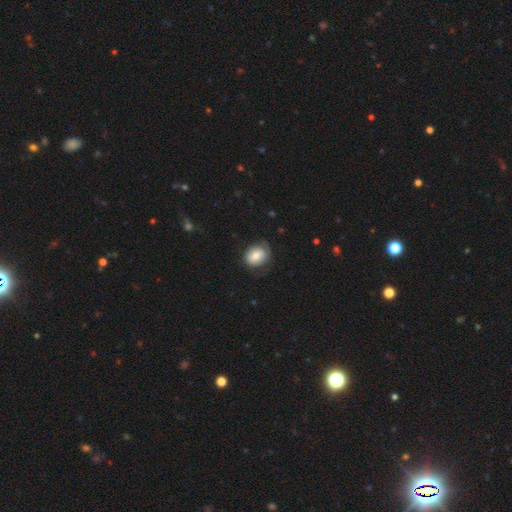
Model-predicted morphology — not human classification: A smooth galaxy with no disk features (72%) that is in between round and cigar-shaped (50%).

Vote fractions:
- Smooth or featured? smooth: 72% / featured or disk: 21% / star or artifact: 7%
- How rounded? in between: 50% / round: 49% / cigar-shaped: 1%
- Merging? none: 67% / minor disturbance: 23% / major disturbance: 9% / merger: 1%